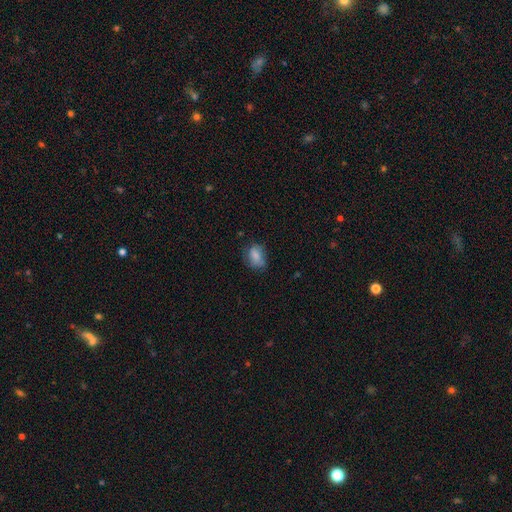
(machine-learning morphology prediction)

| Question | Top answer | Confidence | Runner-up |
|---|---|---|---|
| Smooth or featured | smooth | 79% | featured or disk (12%) |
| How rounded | in between | 71% | round (27%) |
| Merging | none | 57% | minor disturbance (30%) |